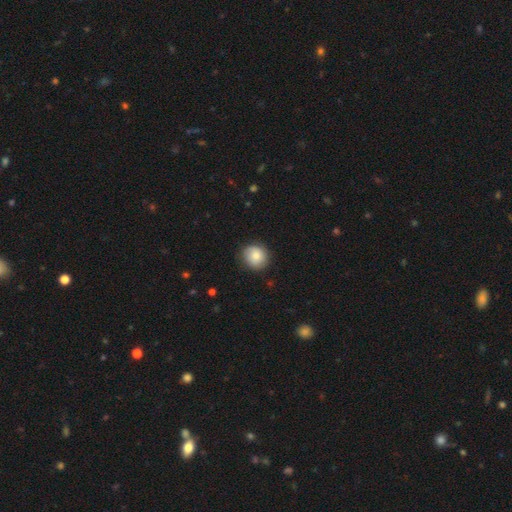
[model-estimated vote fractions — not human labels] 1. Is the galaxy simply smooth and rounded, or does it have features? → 80% smooth, 12% featured or disk, 8% star or artifact.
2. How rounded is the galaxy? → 88% round, 11% in between, 1% cigar-shaped.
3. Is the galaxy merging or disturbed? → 84% none, 12% minor disturbance, 3% major disturbance, 1% merger.